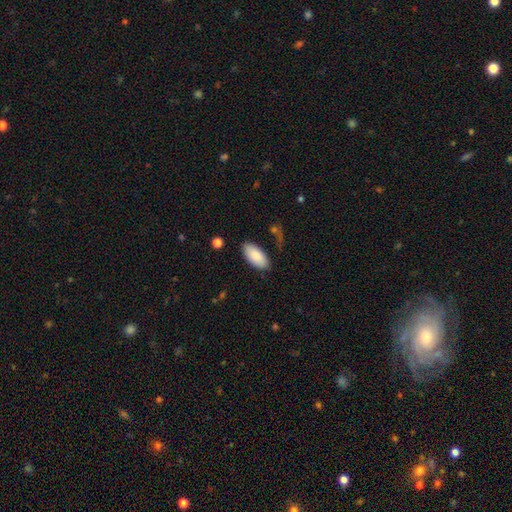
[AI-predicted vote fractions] This appears to be a smooth galaxy with no disk features (86%) that is in between round and cigar-shaped (93%). Merging: none (81%).